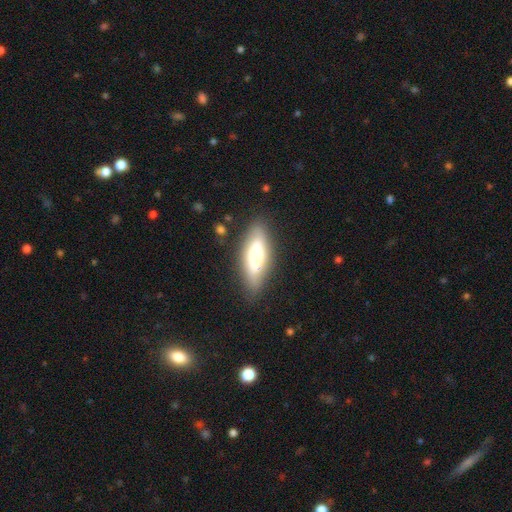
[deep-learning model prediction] Smooth or featured? smooth (63%)
How rounded? in between (65%)
Merging? none (79%)